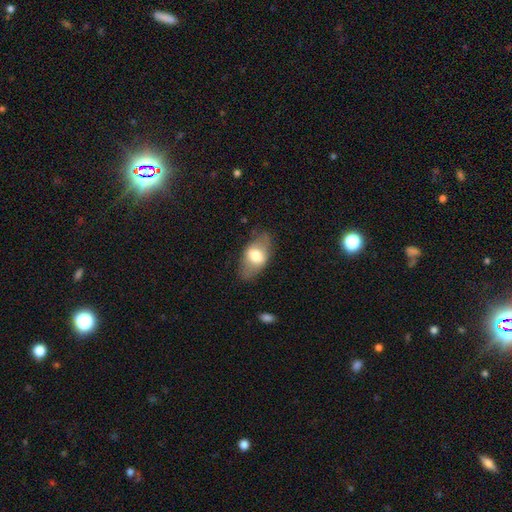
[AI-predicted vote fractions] Overall: smooth (60%; featured or disk 33%). How rounded: in between (89%). Merging: none (74%).